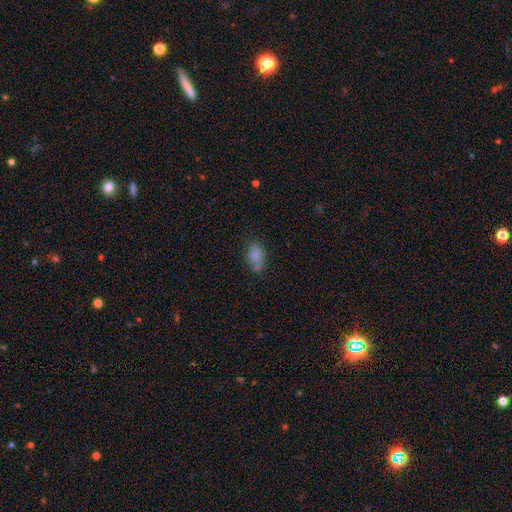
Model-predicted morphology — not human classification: Smooth or featured? smooth (81%)
How rounded? in between (89%)
Merging? none (60%)